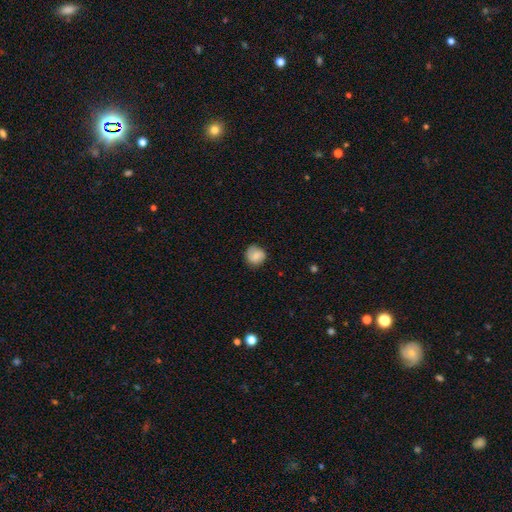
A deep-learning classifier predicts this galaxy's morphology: smooth_or_featured: smooth (p=0.73) [alt: featured or disk p=0.19]
how_rounded: round (p=0.85) [alt: in between p=0.14]
merging: none (p=0.75) [alt: minor disturbance p=0.19]